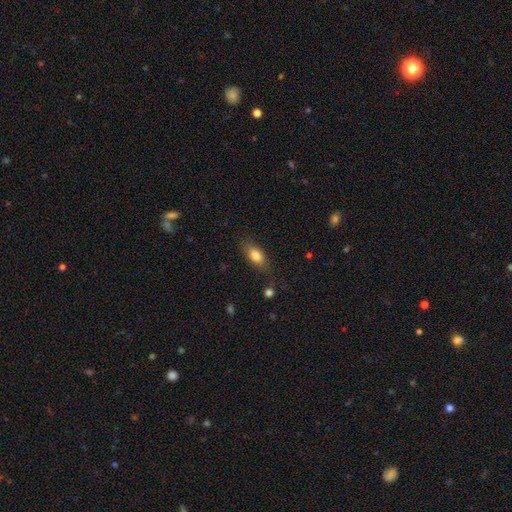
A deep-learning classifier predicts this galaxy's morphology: Smooth or featured?
  - smooth: 80% *
  - featured or disk: 12%
  - star or artifact: 8%
How rounded?
  - in between: 82% *
  - cigar-shaped: 12%
  - round: 6%
Merging?
  - none: 76% *
  - minor disturbance: 17%
  - major disturbance: 5%
  - merger: 2%